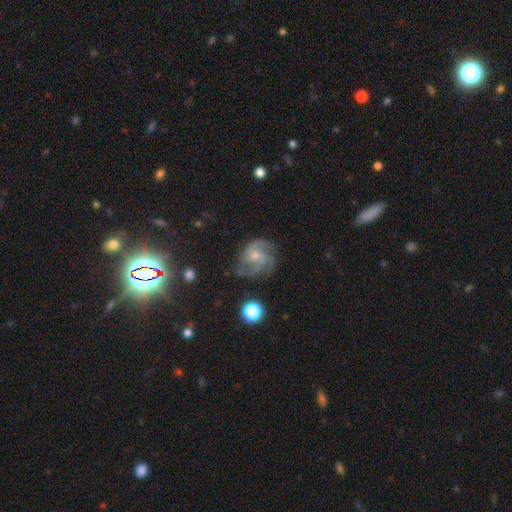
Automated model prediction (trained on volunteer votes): Smooth or featured?
  - featured or disk: 82% *
  - smooth: 11%
  - star or artifact: 8%
Edge-on disk?
  - no: 98% *
  - yes: 2%
Bar?
  - no: 67% *
  - weak: 29%
  - strong: 4%
Spiral arms?
  - yes: 96% *
  - no: 4%
Spiral winding?
  - medium: 53% *
  - tight: 31%
  - loose: 16%
Spiral arm count?
  - 3: 51% *
  - 2: 17%
  - can't tell: 12%
  - 4: 10%
  - 1: 5%
  - more than 4: 5%
Bulge size?
  - small: 47% *
  - moderate: 44%
  - none: 6%
  - large: 3%
  - dominant: 1%
Merging?
  - none: 61% *
  - minor disturbance: 22%
  - major disturbance: 14%
  - merger: 2%